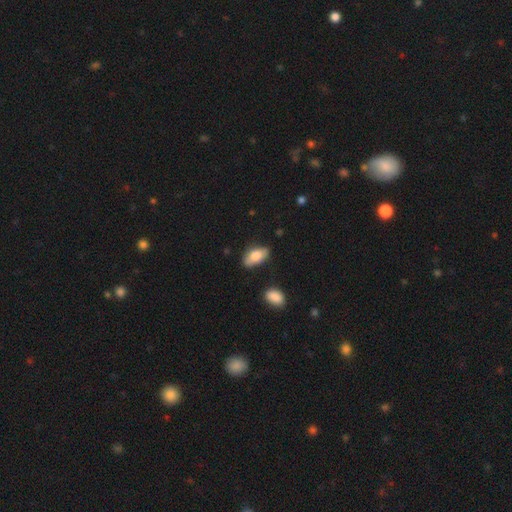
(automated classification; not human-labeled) Overall: smooth (75%). How rounded: in between (90%). Merging: none (67%).